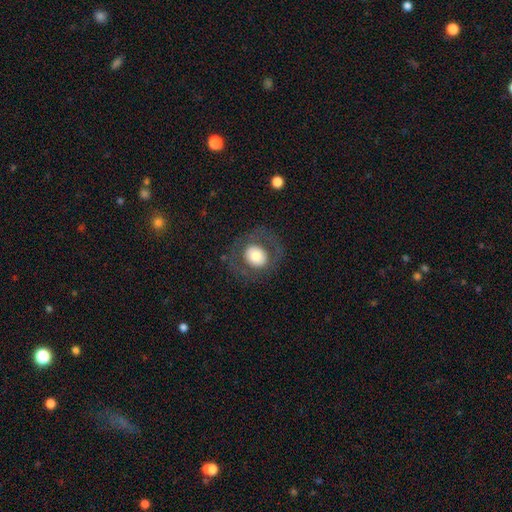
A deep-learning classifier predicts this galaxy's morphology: A smooth galaxy with no disk features (60%) that is round (77%). Merging: none (76%).